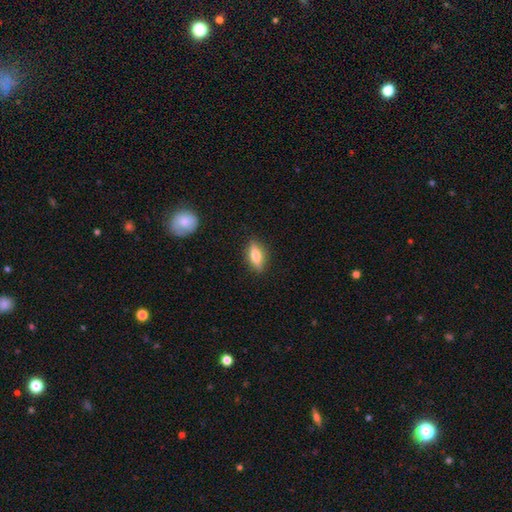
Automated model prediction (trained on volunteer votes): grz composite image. It shows a smooth galaxy with no disk features (62%) that is in between round and cigar-shaped (65%). Merging: none (86%).